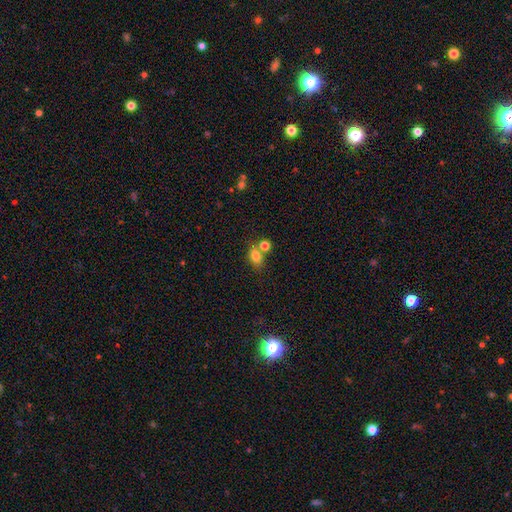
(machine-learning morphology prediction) A smooth galaxy with no disk features (79%) that is in between round and cigar-shaped (71%). Merging: none (55%).